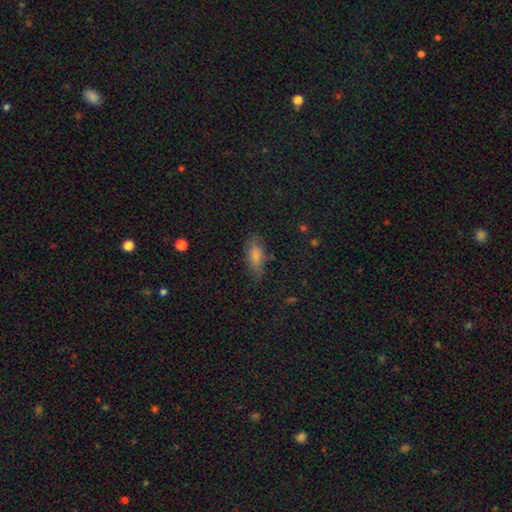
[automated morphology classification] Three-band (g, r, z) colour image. It shows a smooth galaxy with no disk features (77%) that is in between round and cigar-shaped (81%). Merging: none (66%).